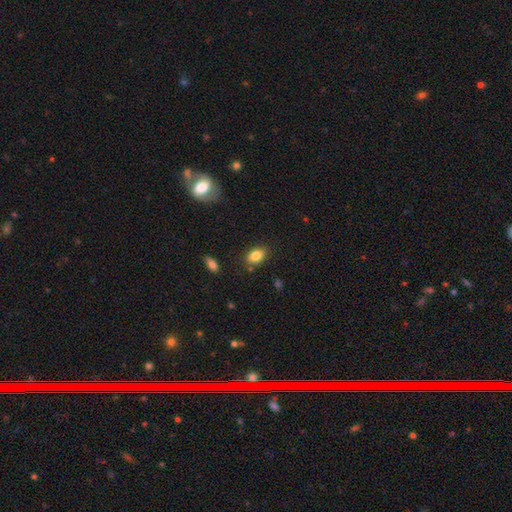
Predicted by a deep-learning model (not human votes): Morphology: type=smooth (84%); roundness=in between (85%); merging=none (82%).